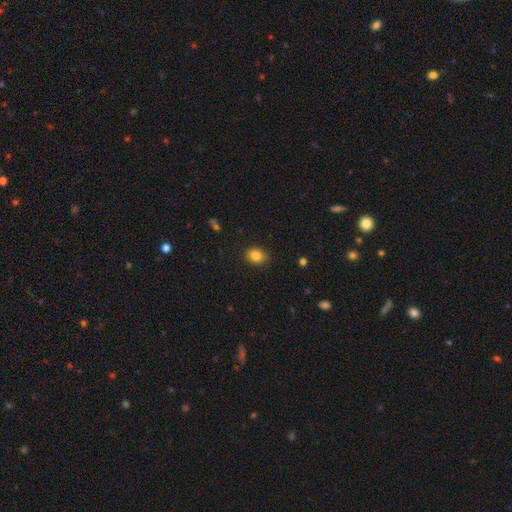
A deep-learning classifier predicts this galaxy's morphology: A smooth galaxy with no disk features (83%) that is in between round and cigar-shaped (52%). Merging: none (87%).